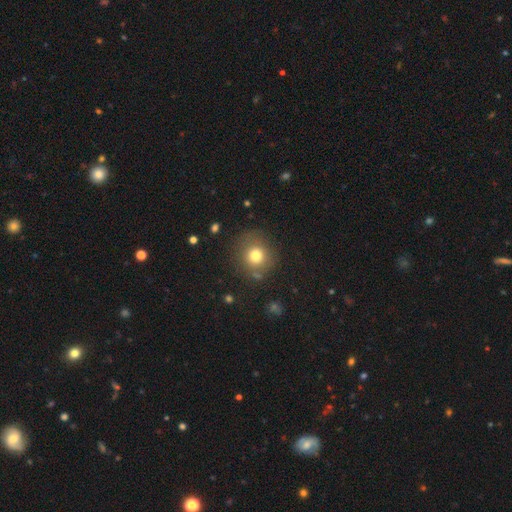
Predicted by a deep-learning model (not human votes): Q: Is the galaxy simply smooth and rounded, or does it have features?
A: smooth — 76%.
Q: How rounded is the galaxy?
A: round — 89%.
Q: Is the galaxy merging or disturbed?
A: none — 79%.